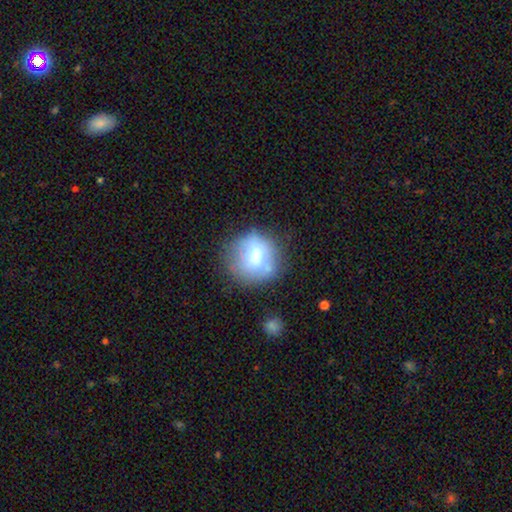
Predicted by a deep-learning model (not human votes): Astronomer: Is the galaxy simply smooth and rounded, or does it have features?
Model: smooth — 60%.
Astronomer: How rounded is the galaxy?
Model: round — 83%.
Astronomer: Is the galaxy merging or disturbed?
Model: none — 57%.